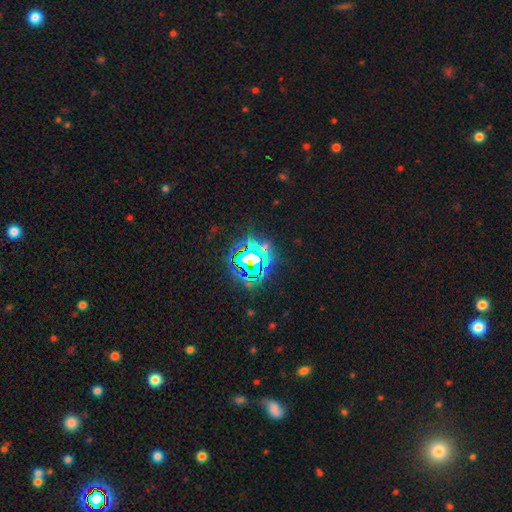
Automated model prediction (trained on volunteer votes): Q: Smooth or featured?
A: star or artifact (75%); runner-up: smooth (13%)